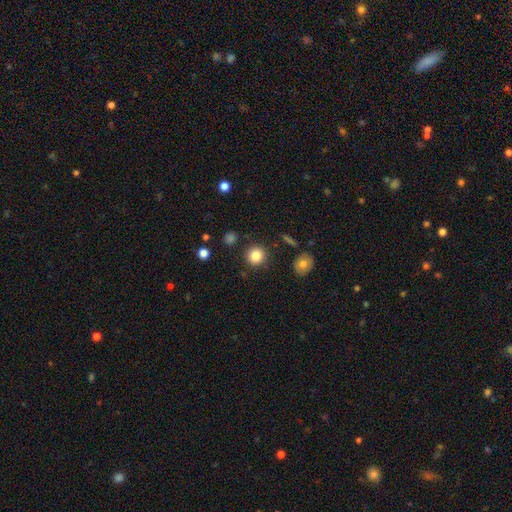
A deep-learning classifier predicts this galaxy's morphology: A smooth galaxy with no disk features (84%) that is round (93%).

Vote fractions:
- Smooth or featured? smooth: 84% / star or artifact: 10% / featured or disk: 6%
- How rounded? round: 93% / in between: 6% / cigar-shaped: 1%
- Merging? none: 89% / minor disturbance: 6% / major disturbance: 3% / merger: 2%